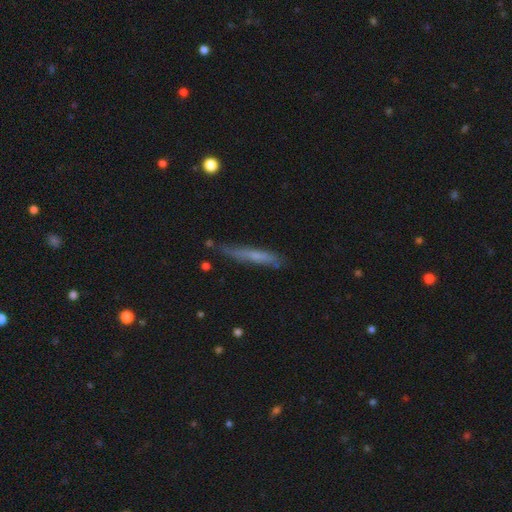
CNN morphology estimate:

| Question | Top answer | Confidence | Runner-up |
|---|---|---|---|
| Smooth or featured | smooth | 53% | featured or disk (39%) |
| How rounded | cigar-shaped | 93% | in between (5%) |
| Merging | none | 70% | minor disturbance (22%) |